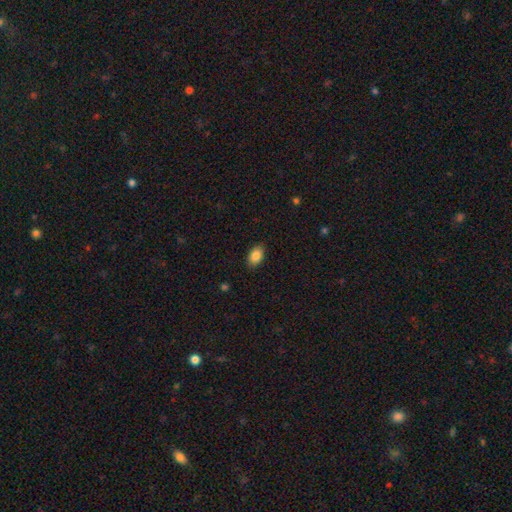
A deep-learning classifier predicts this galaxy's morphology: Smooth or featured? Predicted: smooth (p=0.86). How rounded? Predicted: in between (p=0.88). Merging? Predicted: none (p=0.88).